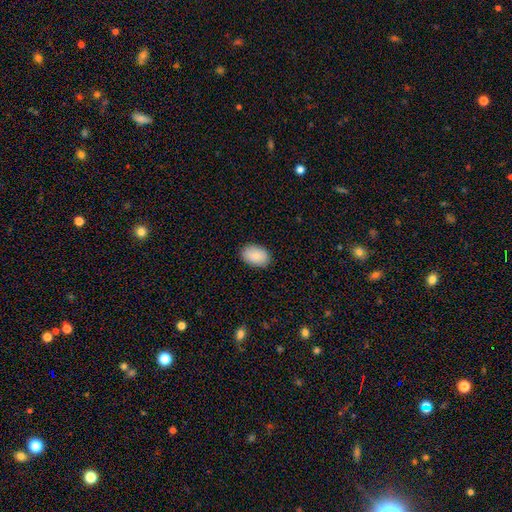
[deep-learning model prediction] This appears to be a smooth galaxy with no disk features (90%) that is in between round and cigar-shaped (88%). Merging: none (89%).